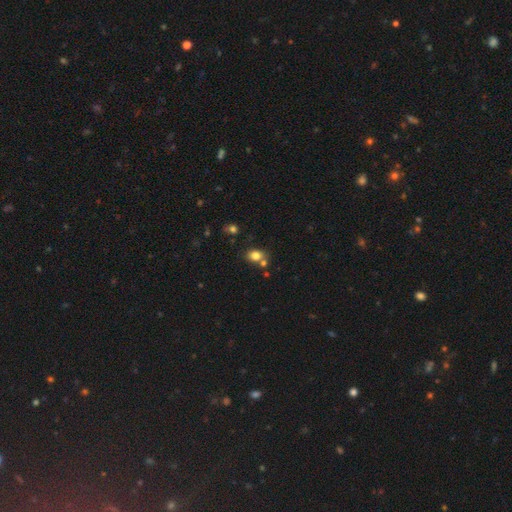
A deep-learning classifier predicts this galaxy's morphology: Smooth or featured: smooth — 79% (star or artifact — 13%)
How rounded: in between — 51% (round — 48%)
Merging: none — 63% (merger — 20%)